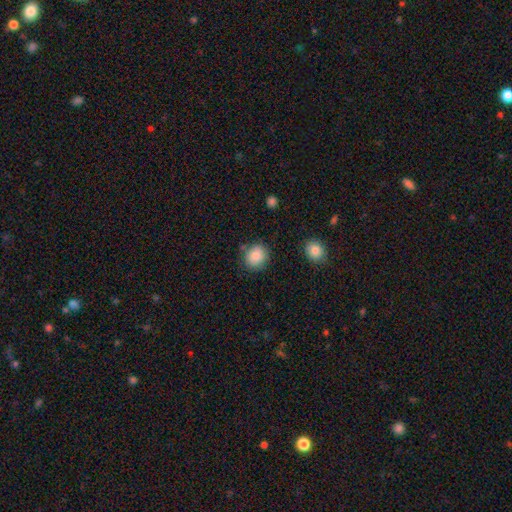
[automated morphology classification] smooth_or_featured: smooth (p=0.87) [alt: star or artifact p=0.08]
how_rounded: round (p=0.75) [alt: in between p=0.24]
merging: none (p=0.78) [alt: minor disturbance p=0.14]